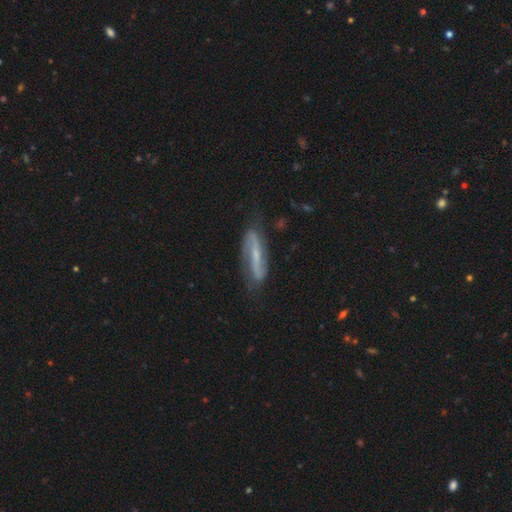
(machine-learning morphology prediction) smooth-or-featured: featured or disk: 73% | smooth: 20% | star or artifact: 7%
  disk-edge-on: no: 77% | yes: 23%
    bar: strong: 46% | weak: 32% | no: 21%
    has-spiral-arms: yes: 89% | no: 11%
      spiral-winding: loose: 47% | medium: 34% | tight: 19%
      spiral-arm-count: 2: 87% | can't tell: 8% | 1: 3% | 3: 1% | 4: 1% | more than 4: 1%
    bulge-size: small: 63% | moderate: 19% | none: 15% | large: 2% | dominant: 1%
  merging: none: 73% | minor disturbance: 19% | major disturbance: 6% | merger: 2%